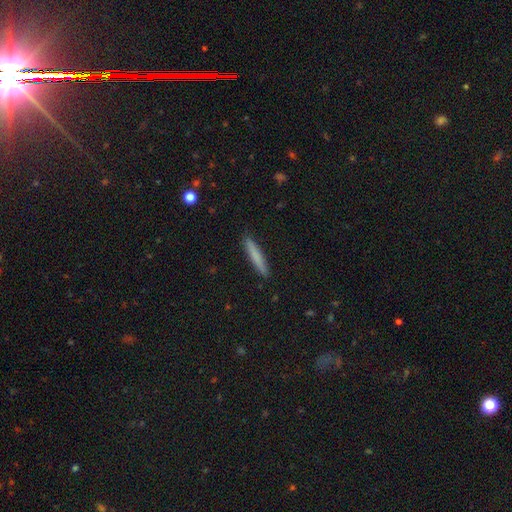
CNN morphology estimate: Q: Smooth or featured?
A: smooth (76%); runner-up: featured or disk (19%)
Q: How rounded?
A: cigar-shaped (95%); runner-up: in between (4%)
Q: Merging?
A: none (91%); runner-up: minor disturbance (6%)